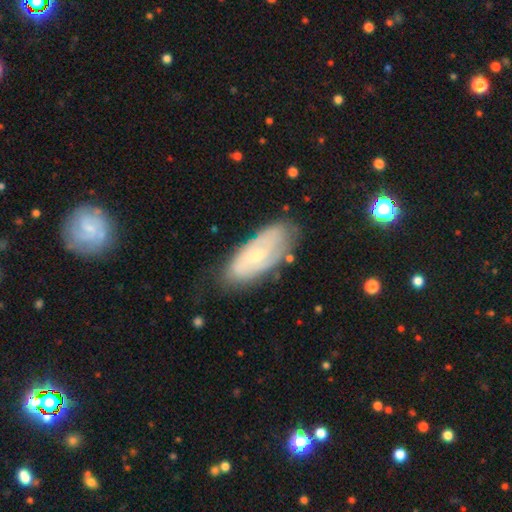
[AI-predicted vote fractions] This is possibly a featured or disk galaxy (59%). It is clearly not viewed edge-on (89%). Bar: possibly no (51%). Spiral arm pattern: likely yes (78%). Central bulge: likely small (60%). Merging: likely none (71%).